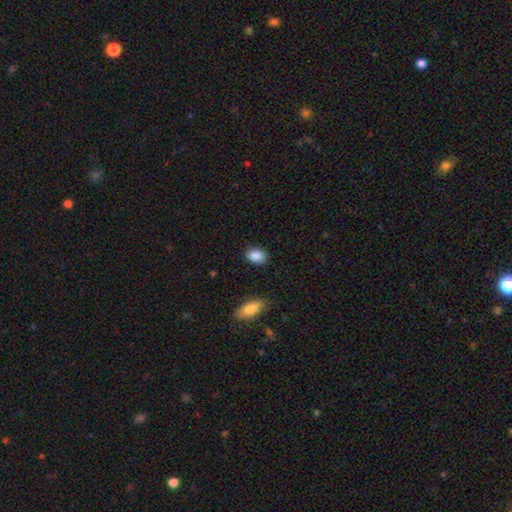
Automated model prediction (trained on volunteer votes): smooth-or-featured: smooth: 89% | star or artifact: 8% | featured or disk: 4%
  how-rounded: in between: 78% | round: 20% | cigar-shaped: 2%
  merging: none: 84% | minor disturbance: 11% | major disturbance: 3% | merger: 2%